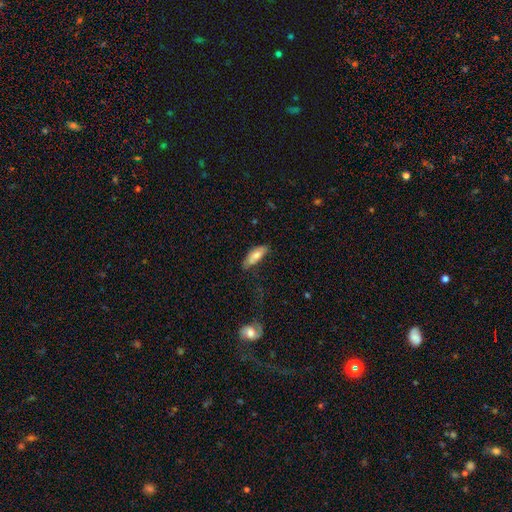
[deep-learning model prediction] smooth-or-featured: smooth: 75% | featured or disk: 19% | star or artifact: 6%
  how-rounded: in between: 63% | cigar-shaped: 35% | round: 2%
  merging: none: 66% | minor disturbance: 25% | major disturbance: 7% | merger: 3%